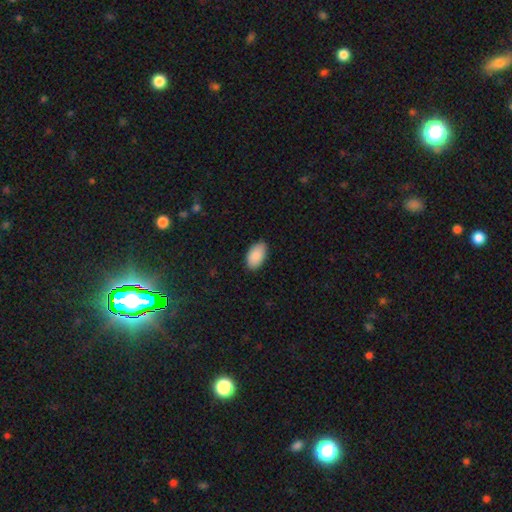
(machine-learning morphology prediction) smooth_or_featured: smooth (p=0.89) [alt: star or artifact p=0.06]
how_rounded: in between (p=0.95) [alt: round p=0.04]
merging: none (p=0.86) [alt: minor disturbance p=0.11]